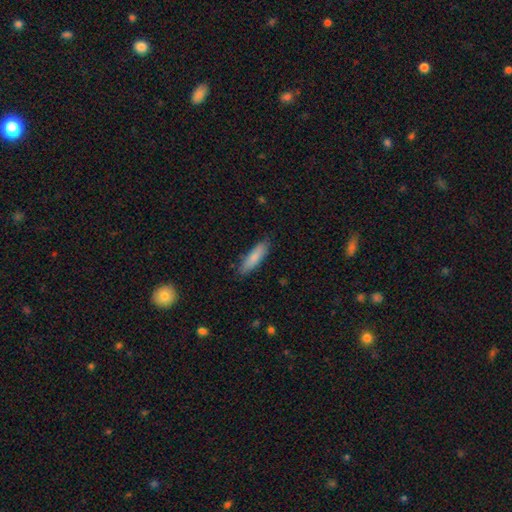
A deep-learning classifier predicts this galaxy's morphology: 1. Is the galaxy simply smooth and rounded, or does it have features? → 83% smooth, 11% featured or disk, 6% star or artifact.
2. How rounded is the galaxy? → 66% cigar-shaped, 32% in between, 1% round.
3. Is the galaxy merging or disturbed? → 83% none, 13% minor disturbance, 2% major disturbance, 1% merger.